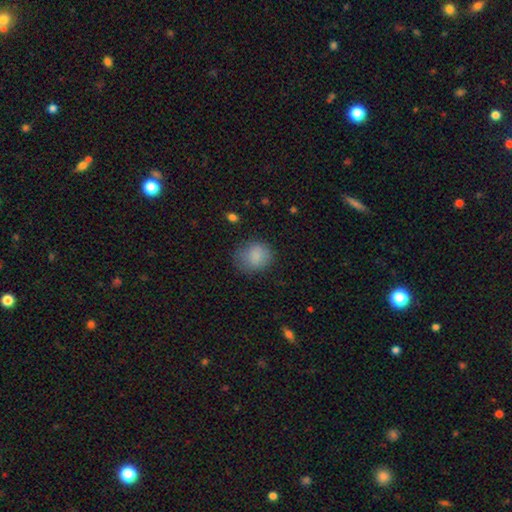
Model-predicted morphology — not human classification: smooth-or-featured: smooth: 85% | star or artifact: 9% | featured or disk: 6%
  how-rounded: round: 72% | in between: 27% | cigar-shaped: 1%
  merging: none: 71% | minor disturbance: 21% | major disturbance: 7% | merger: 1%